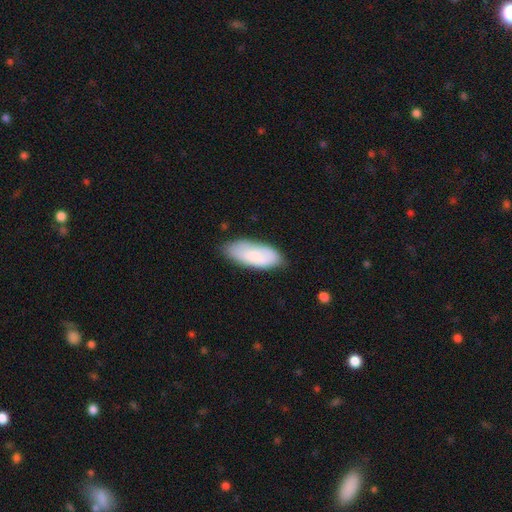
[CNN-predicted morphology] smooth-or-featured: smooth: 79% | featured or disk: 15% | star or artifact: 6%
  how-rounded: in between: 85% | cigar-shaped: 13% | round: 2%
  merging: none: 74% | minor disturbance: 21% | major disturbance: 4% | merger: 2%